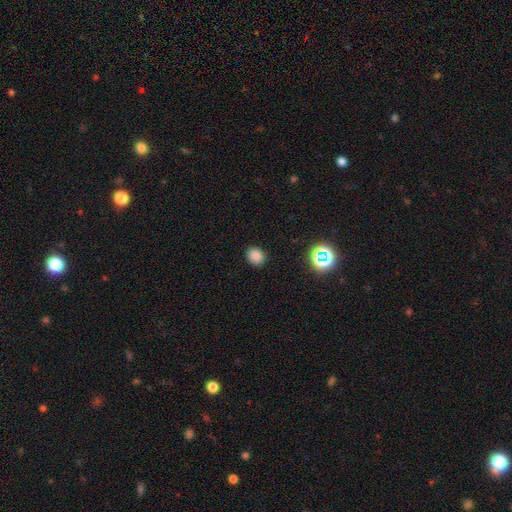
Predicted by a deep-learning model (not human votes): This is clearly a smooth galaxy (81%). How rounded: likely round (71%). Merging: clearly none (89%).